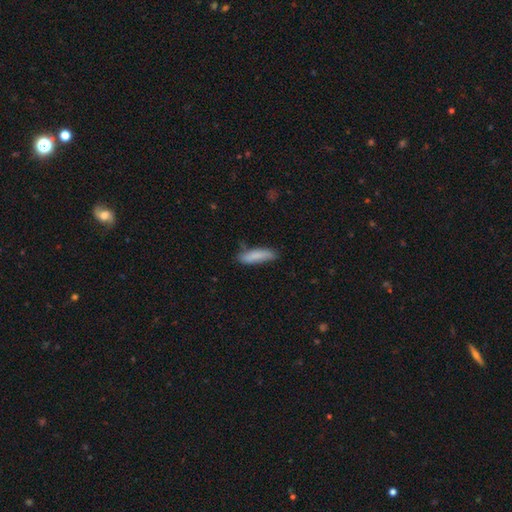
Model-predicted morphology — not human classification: Smooth or featured? Predicted: smooth (p=0.83). How rounded? Predicted: cigar-shaped (p=0.66). Merging? Predicted: none (p=0.71).